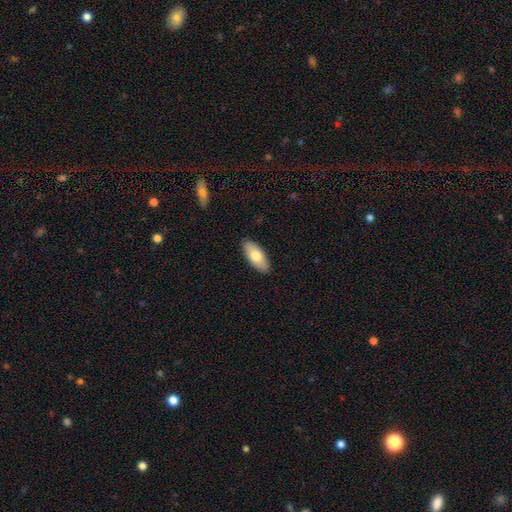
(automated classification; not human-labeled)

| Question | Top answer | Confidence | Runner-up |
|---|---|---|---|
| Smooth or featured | smooth | 76% | featured or disk (18%) |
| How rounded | in between | 87% | cigar-shaped (11%) |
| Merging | none | 89% | minor disturbance (8%) |